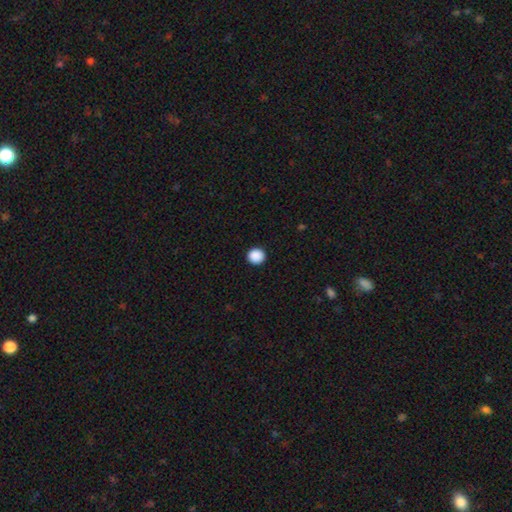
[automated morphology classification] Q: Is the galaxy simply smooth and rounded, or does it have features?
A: smooth — 89%.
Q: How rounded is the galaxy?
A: round — 92%.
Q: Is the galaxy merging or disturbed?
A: none — 93%.